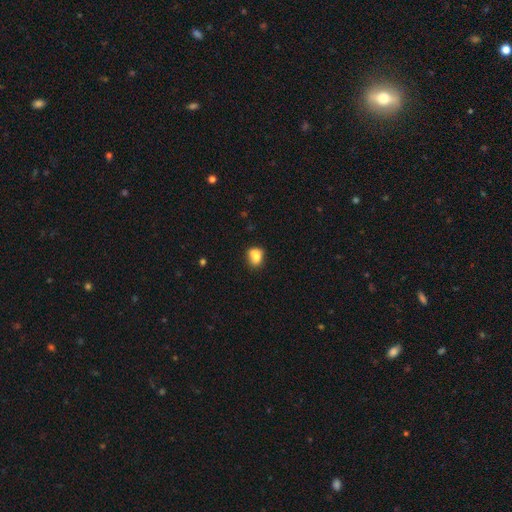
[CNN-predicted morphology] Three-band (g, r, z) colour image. It shows a smooth galaxy with no disk features (78%) that is in between round and cigar-shaped (51%). Merging: none (49%).